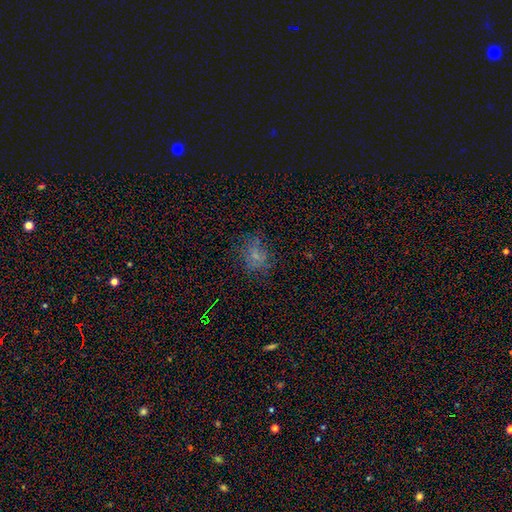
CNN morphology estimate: Smooth or featured? smooth (56%)
How rounded? round (54%)
Merging? none (69%)